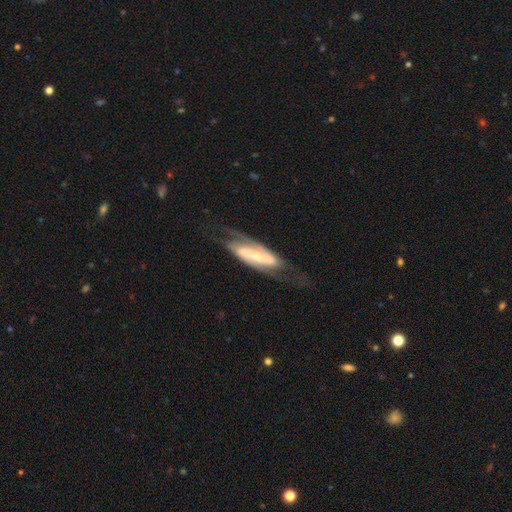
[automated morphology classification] Smooth or featured?
  - featured or disk: 81% *
  - smooth: 14%
  - star or artifact: 6%
Edge-on disk?
  - no: 88% *
  - yes: 12%
Bar?
  - strong: 50% *
  - weak: 28%
  - no: 22%
Spiral arms?
  - yes: 93% *
  - no: 7%
Spiral winding?
  - medium: 45% *
  - loose: 29%
  - tight: 26%
Spiral arm count?
  - 2: 85% *
  - can't tell: 8%
  - 1: 3%
  - 3: 2%
  - 4: 1%
  - more than 4: 1%
Bulge size?
  - small: 60% *
  - moderate: 26%
  - none: 7%
  - large: 5%
  - dominant: 2%
Merging?
  - none: 63% *
  - minor disturbance: 18%
  - major disturbance: 17%
  - merger: 2%